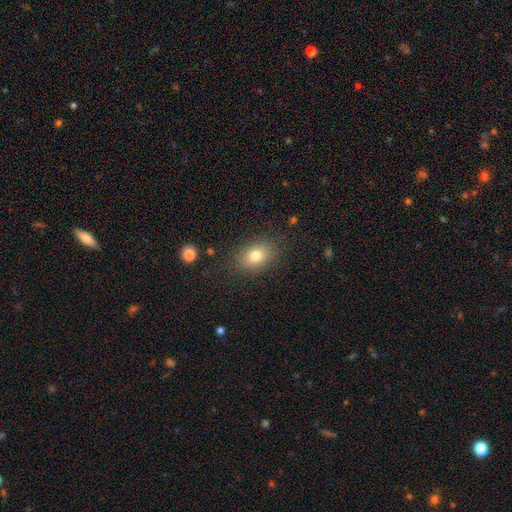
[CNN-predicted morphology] smooth-or-featured: smooth: 78% | star or artifact: 11% | featured or disk: 11%
  how-rounded: in between: 70% | round: 28% | cigar-shaped: 1%
  merging: none: 84% | minor disturbance: 11% | major disturbance: 4% | merger: 1%